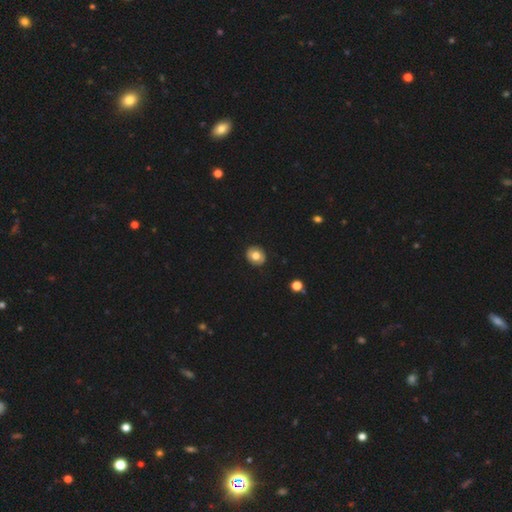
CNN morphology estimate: A smooth galaxy with no disk features (72%) that is round (71%).

Vote fractions:
- Smooth or featured? smooth: 72% / featured or disk: 19% / star or artifact: 8%
- How rounded? round: 71% / in between: 28% / cigar-shaped: 1%
- Merging? none: 89% / minor disturbance: 8% / major disturbance: 2% / merger: 1%